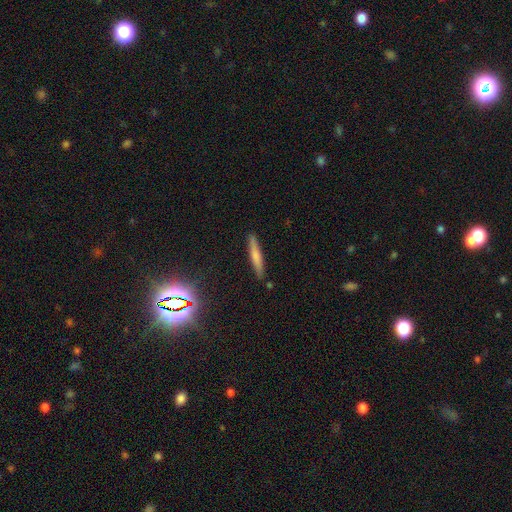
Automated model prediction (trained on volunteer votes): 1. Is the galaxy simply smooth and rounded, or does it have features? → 61% smooth, 30% featured or disk, 9% star or artifact.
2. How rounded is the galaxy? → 93% cigar-shaped, 5% in between, 1% round.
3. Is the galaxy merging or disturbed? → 88% none, 8% minor disturbance, 2% merger, 2% major disturbance.